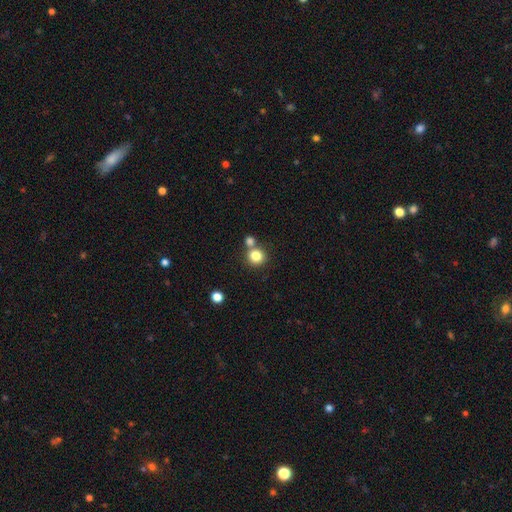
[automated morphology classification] Smooth or featured? smooth (82%)
How rounded? round (89%)
Merging? none (62%)